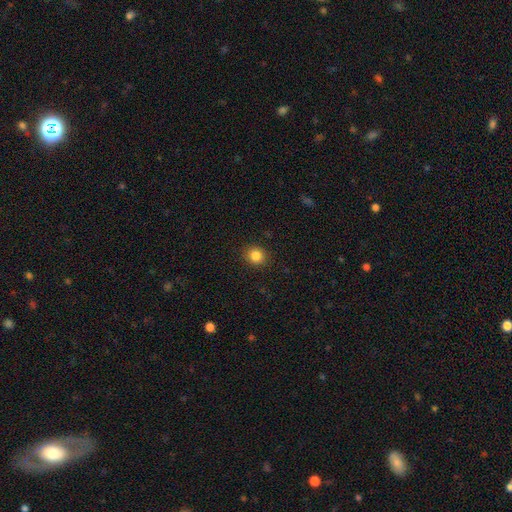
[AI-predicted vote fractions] A smooth galaxy with no disk features (85%) that is round (86%). Merging: none (91%).